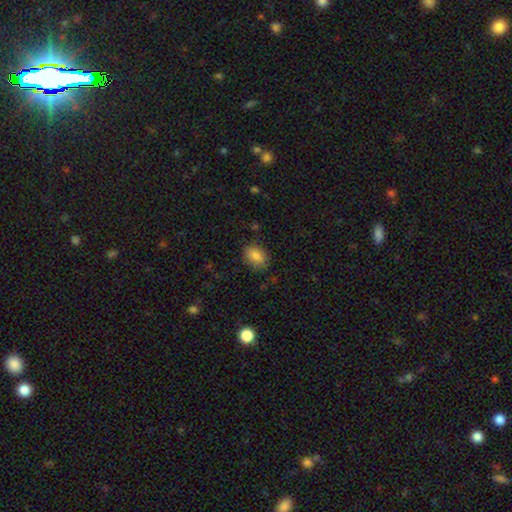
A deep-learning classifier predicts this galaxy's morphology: The model was most divided on "how rounded": in between: 76%, round: 23%, cigar-shaped: 1%. More confident: smooth or featured — smooth (85%); merging — none (82%).